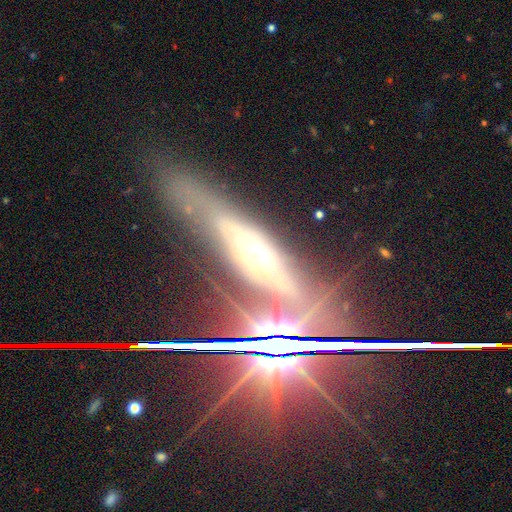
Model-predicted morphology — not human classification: Q: Smooth or featured?
A: featured or disk (47%); runner-up: star or artifact (37%)
Q: Merging?
A: none (70%); runner-up: minor disturbance (17%)